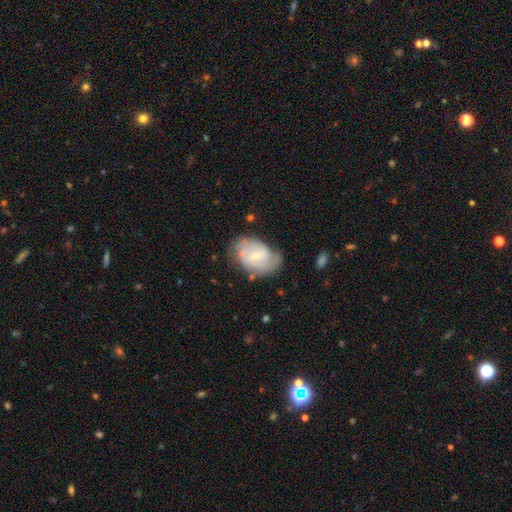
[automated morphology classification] A featured or disk galaxy (69%) with a weak bar (52%), 2 (62%) medium (43%) spiral arms (83%) and a small central bulge (66%).

Vote fractions:
- Smooth or featured? featured or disk: 69% / smooth: 25% / star or artifact: 6%
- Edge-on disk? no: 96% / yes: 4%
- Bar? weak: 52% / no: 35% / strong: 13%
- Spiral arms? yes: 83% / no: 17%
- Spiral winding? medium: 43% / tight: 38% / loose: 19%
- Spiral arm count? 2: 62% / can't tell: 25% / 3: 6% / 1: 4% / 4: 2% / more than 4: 2%
- Bulge size? small: 66% / moderate: 30% / none: 2% / large: 1% / dominant: 1%
- Merging? none: 62% / minor disturbance: 25% / major disturbance: 8% / merger: 4%